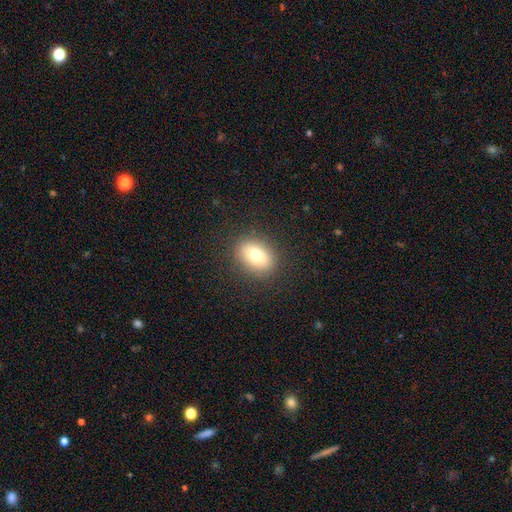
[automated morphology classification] Overall: smooth (78%). How rounded: in between (77%). Merging: none (87%).